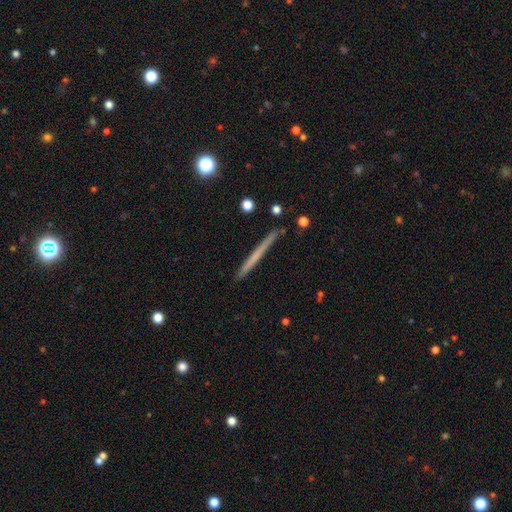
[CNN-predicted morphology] smooth 50%, featured or disk 44%, star or artifact 6%. Down the decision tree: merging — none (89%).